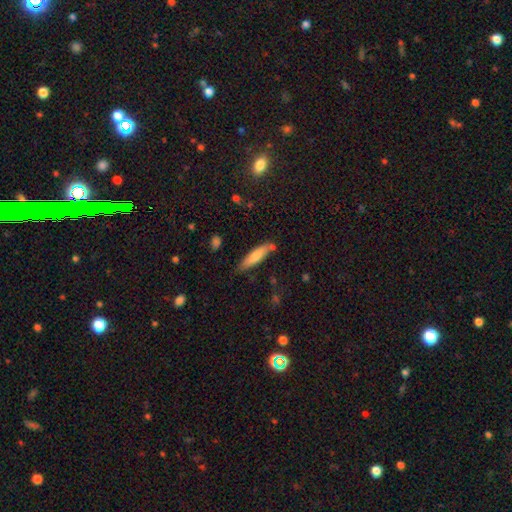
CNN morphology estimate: Smooth or featured?
  - smooth: 69% *
  - featured or disk: 25%
  - star or artifact: 6%
How rounded?
  - cigar-shaped: 75% *
  - in between: 23%
  - round: 2%
Merging?
  - none: 76% *
  - minor disturbance: 16%
  - merger: 6%
  - major disturbance: 3%